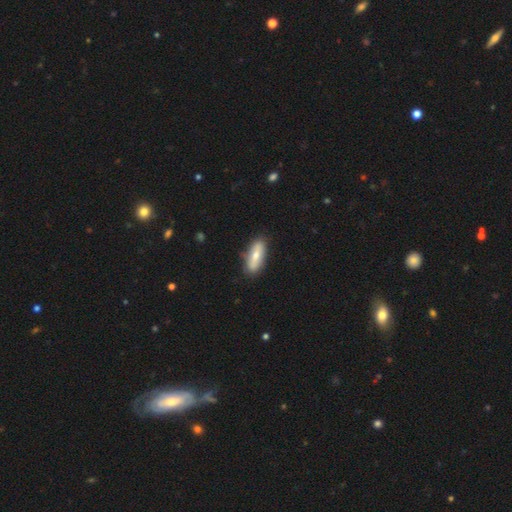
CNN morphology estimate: This appears to be a smooth galaxy with no disk features (63%) that is in between round and cigar-shaped (64%). Merging: none (81%).